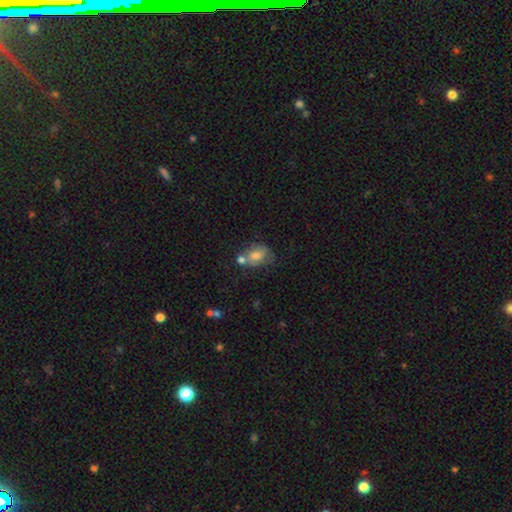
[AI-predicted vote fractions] This appears to be a smooth galaxy with no disk features (67%) that is in between round and cigar-shaped (70%). Merging: none (40%).